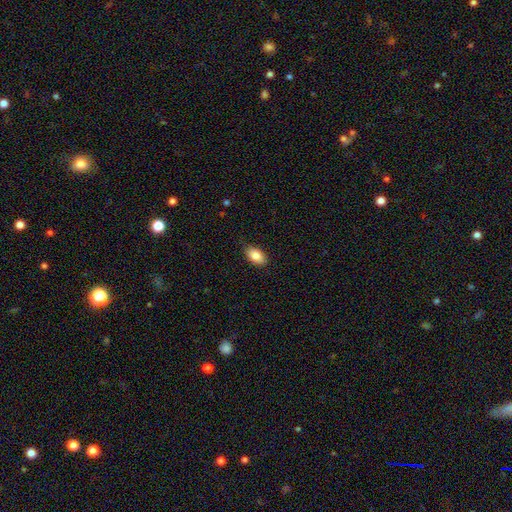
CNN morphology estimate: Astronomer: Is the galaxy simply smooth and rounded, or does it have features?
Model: smooth — 84%.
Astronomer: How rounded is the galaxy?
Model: in between — 92%.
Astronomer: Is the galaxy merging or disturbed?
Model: none — 83%.